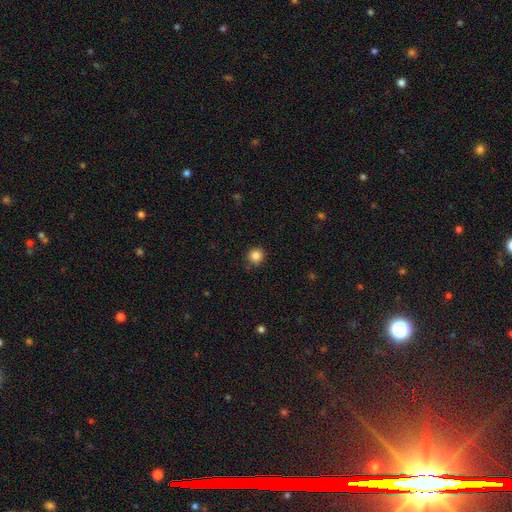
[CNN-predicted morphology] smooth 85%, star or artifact 11%, featured or disk 4%. Down the decision tree: how rounded — round (92%); merging — none (85%).